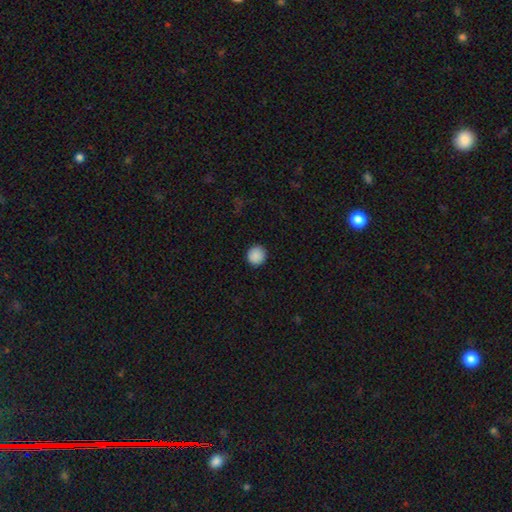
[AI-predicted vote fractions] Smooth or featured? smooth (89%)
How rounded? round (94%)
Merging? none (92%)